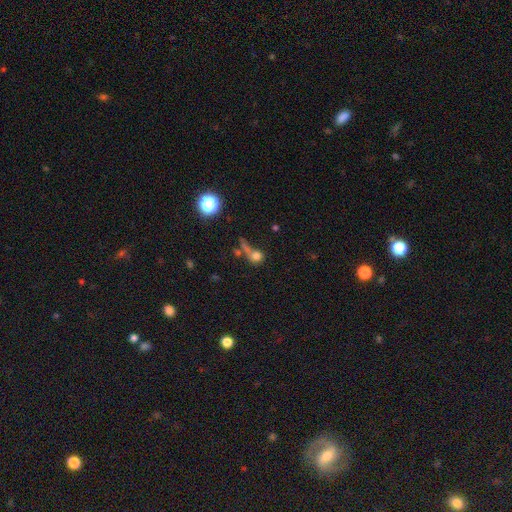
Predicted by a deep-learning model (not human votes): smooth_or_featured: smooth (p=0.67) [alt: star or artifact p=0.18]
how_rounded: round (p=0.78) [alt: in between p=0.18]
merging: none (p=0.38) [alt: merger p=0.31]